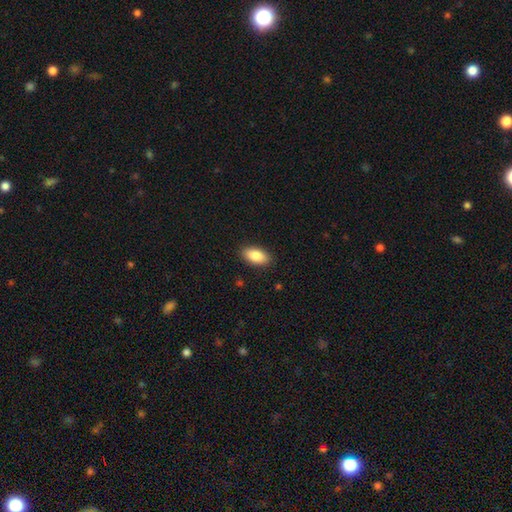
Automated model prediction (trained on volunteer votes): smooth-or-featured: smooth: 87% | featured or disk: 7% | star or artifact: 7%
  how-rounded: in between: 92% | cigar-shaped: 4% | round: 3%
  merging: none: 89% | minor disturbance: 8% | major disturbance: 2% | merger: 1%